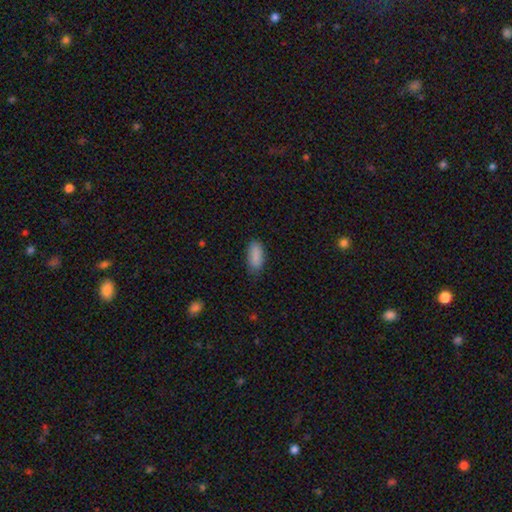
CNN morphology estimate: Q: Smooth or featured?
A: smooth (88%); runner-up: star or artifact (7%)
Q: How rounded?
A: in between (85%); runner-up: cigar-shaped (13%)
Q: Merging?
A: none (80%); runner-up: minor disturbance (16%)